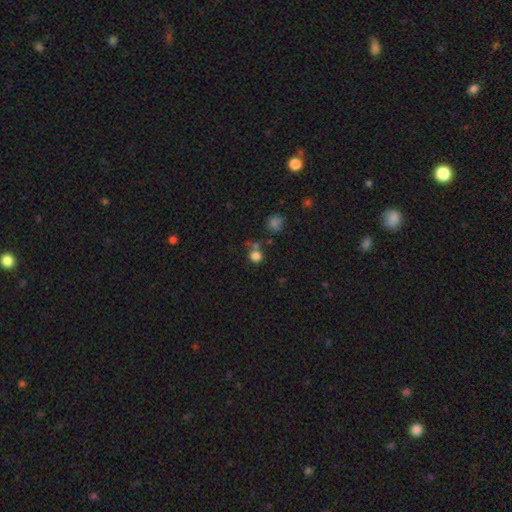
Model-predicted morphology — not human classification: smooth-or-featured: smooth: 79% | star or artifact: 15% | featured or disk: 6%
  how-rounded: round: 87% | in between: 12% | cigar-shaped: 1%
  merging: none: 62% | merger: 21% | minor disturbance: 11% | major disturbance: 6%